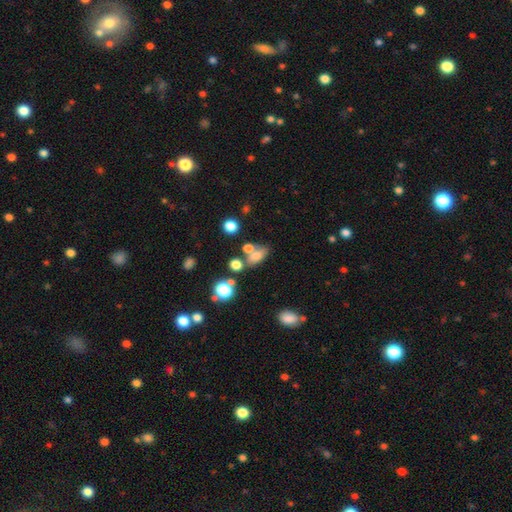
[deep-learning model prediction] Smooth or featured? smooth (69%)
How rounded? in between (77%)
Merging? none (48%)